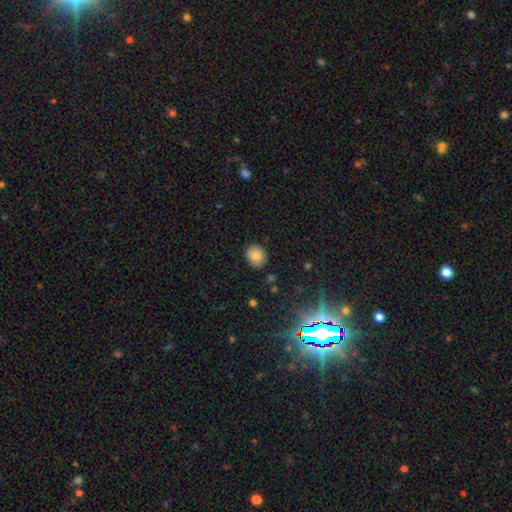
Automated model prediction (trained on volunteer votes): This appears to be a smooth galaxy with no disk features (80%) that is round (68%). Merging: none (87%).